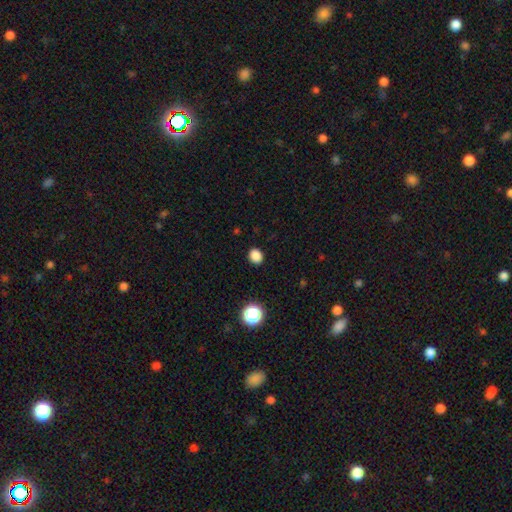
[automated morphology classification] smooth-or-featured: smooth: 85% | star or artifact: 13% | featured or disk: 3%
  how-rounded: round: 70% | in between: 29% | cigar-shaped: 1%
  merging: none: 90% | minor disturbance: 7% | major disturbance: 2% | merger: 1%